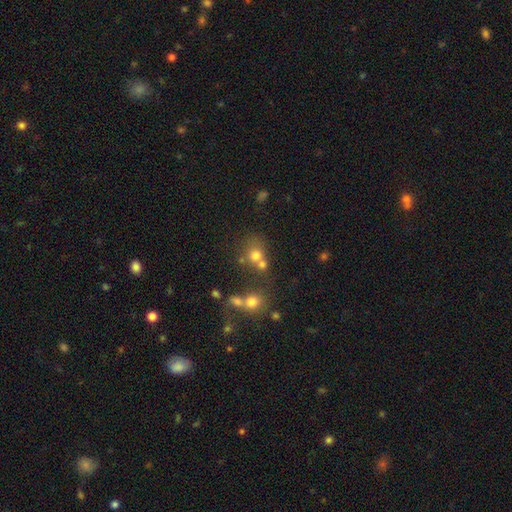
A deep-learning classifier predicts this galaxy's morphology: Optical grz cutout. It shows a smooth galaxy with no disk features (69%) that is round (80%). Merging: none (44%).